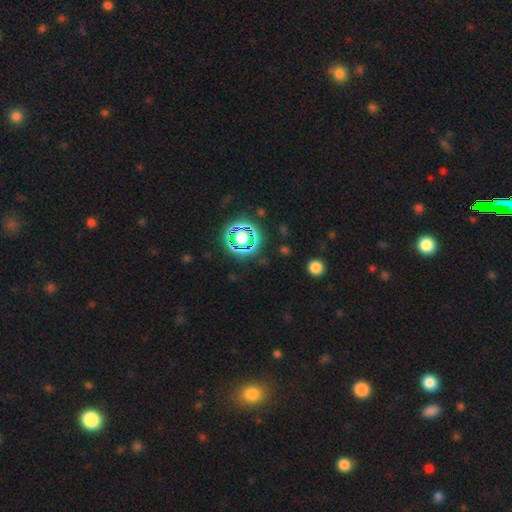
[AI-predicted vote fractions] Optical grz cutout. It shows a star or artifact, not a galaxy (76%).